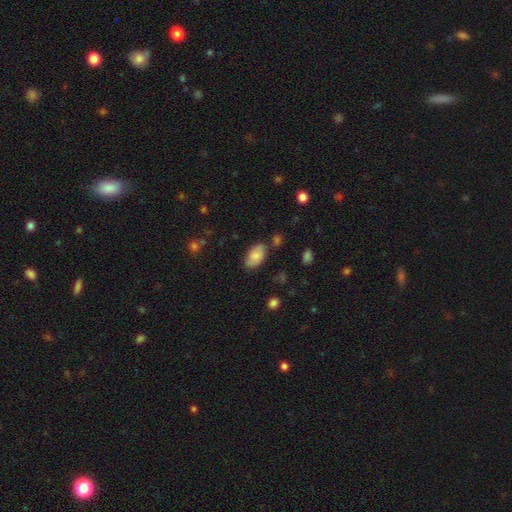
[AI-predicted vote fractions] smooth 82%, featured or disk 12%, star or artifact 7%. Down the decision tree: how rounded — in between (94%); merging — none (75%).